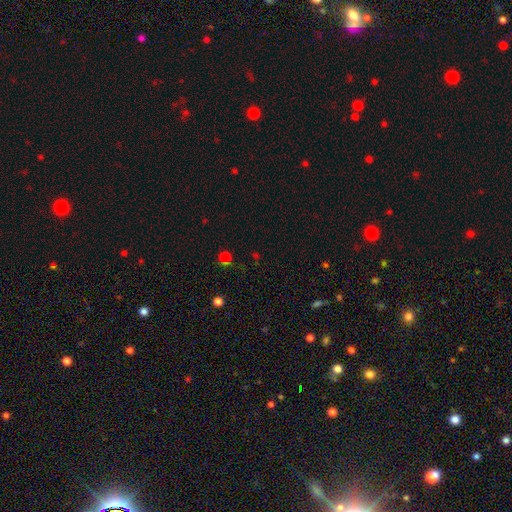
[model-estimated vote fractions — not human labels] Q: Smooth or featured?
A: star or artifact (55%); runner-up: smooth (37%)